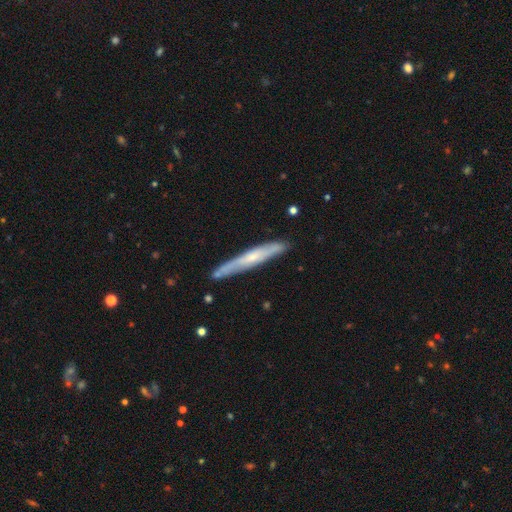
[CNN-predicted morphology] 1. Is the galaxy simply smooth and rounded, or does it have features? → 58% featured or disk, 35% smooth, 7% star or artifact.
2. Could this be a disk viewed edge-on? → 91% yes, 9% no.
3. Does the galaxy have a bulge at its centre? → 53% rounded, 41% none, 7% boxy.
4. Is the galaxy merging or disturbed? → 82% none, 14% minor disturbance, 2% major disturbance, 2% merger.